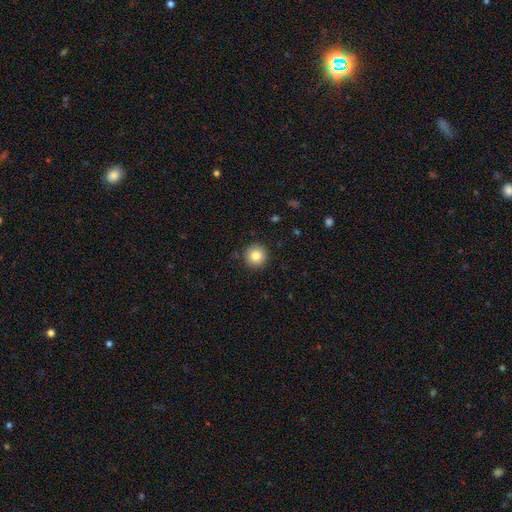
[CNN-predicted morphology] Overall: smooth (83%). How rounded: round (95%). Merging: none (91%).